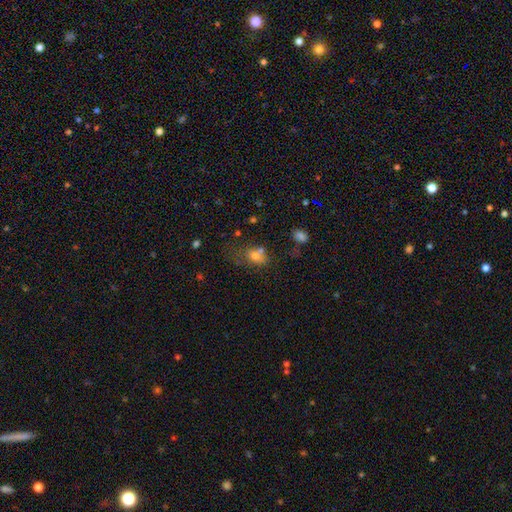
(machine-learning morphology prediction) This is likely a smooth galaxy (70%). How rounded: likely in between (61%). Merging: marginally none (37%).